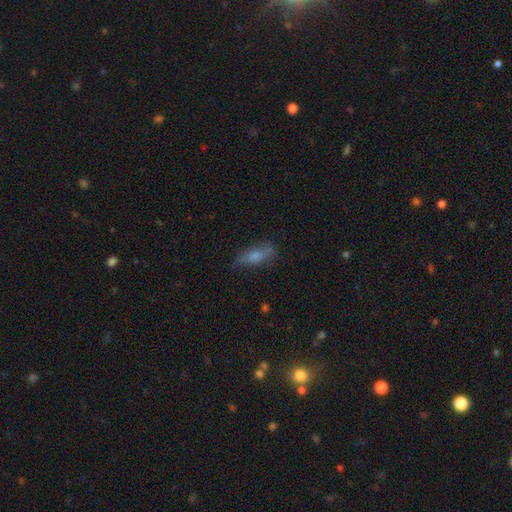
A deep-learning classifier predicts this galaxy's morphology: This appears to be a smooth galaxy with no disk features (64%) that is in between round and cigar-shaped (63%). Merging: none (64%).